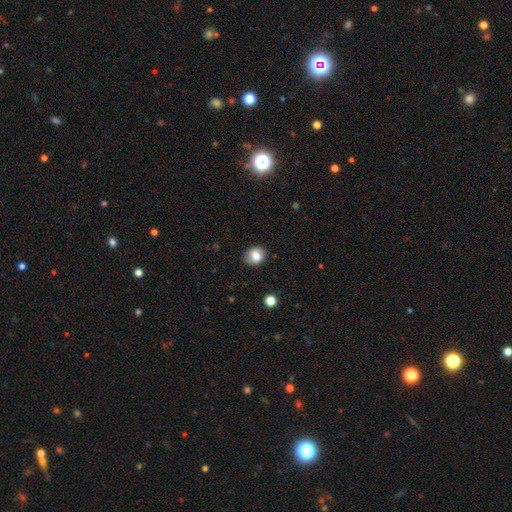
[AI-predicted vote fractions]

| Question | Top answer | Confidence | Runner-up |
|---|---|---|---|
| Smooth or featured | smooth | 81% | featured or disk (10%) |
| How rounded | round | 61% | in between (38%) |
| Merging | none | 86% | minor disturbance (10%) |